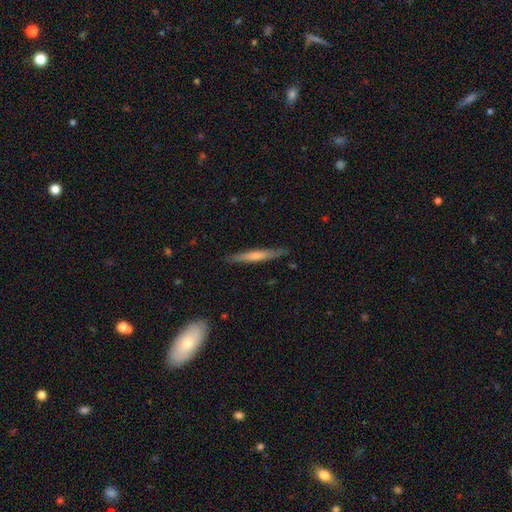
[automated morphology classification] Smooth or featured? Predicted: smooth (p=0.54). How rounded? Predicted: cigar-shaped (p=0.95). Merging? Predicted: none (p=0.87).